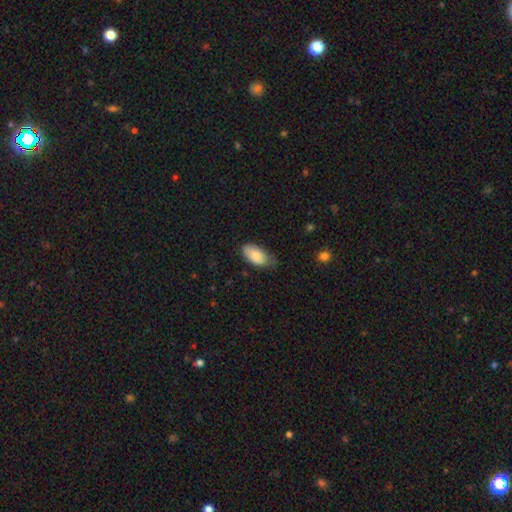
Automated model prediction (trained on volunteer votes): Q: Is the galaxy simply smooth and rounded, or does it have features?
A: smooth — 82%.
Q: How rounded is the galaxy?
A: in between — 94%.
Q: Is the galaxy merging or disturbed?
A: none — 60%.